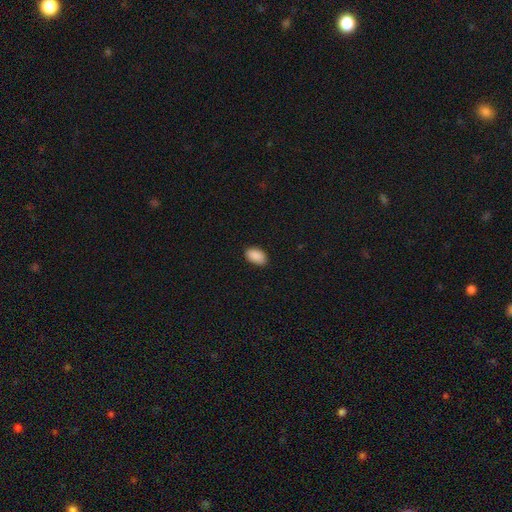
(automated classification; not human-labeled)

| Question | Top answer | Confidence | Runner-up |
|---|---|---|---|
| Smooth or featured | smooth | 90% | star or artifact (7%) |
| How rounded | in between | 93% | round (6%) |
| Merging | none | 86% | minor disturbance (11%) |